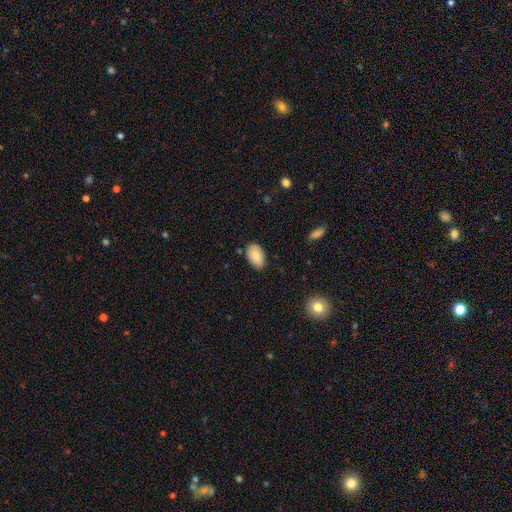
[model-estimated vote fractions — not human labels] A smooth galaxy with no disk features (85%) that is in between round and cigar-shaped (93%). Merging: none (81%).